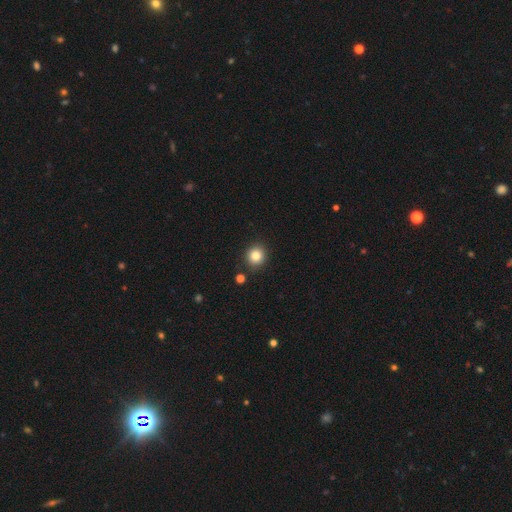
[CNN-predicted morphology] A smooth galaxy with no disk features (83%) that is round (87%).

Vote fractions:
- Smooth or featured? smooth: 83% / star or artifact: 11% / featured or disk: 6%
- How rounded? round: 87% / in between: 12% / cigar-shaped: 1%
- Merging? none: 88% / minor disturbance: 7% / merger: 3% / major disturbance: 2%